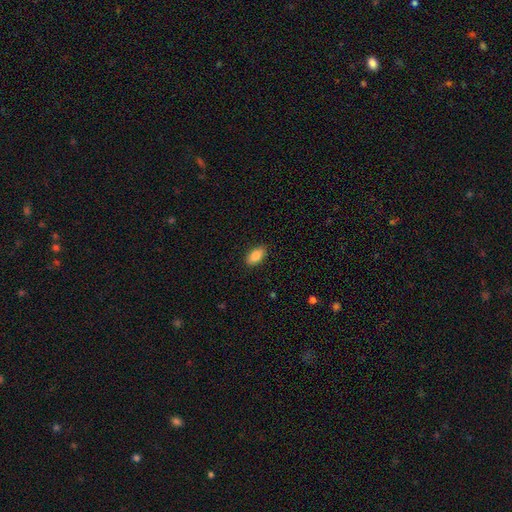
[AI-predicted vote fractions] Morphology: type=smooth (87%); roundness=in between (92%); merging=none (89%).